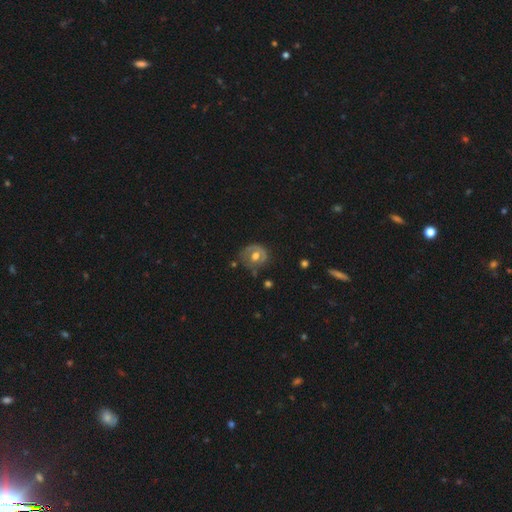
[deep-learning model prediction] Morphology: type=featured or disk (50%); merging=none (59%).